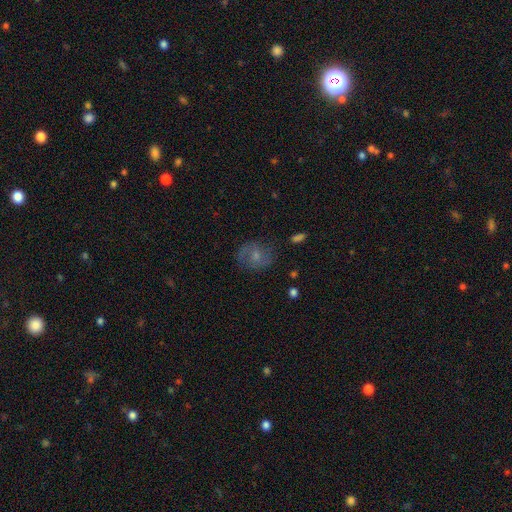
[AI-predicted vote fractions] Morphology: type=smooth (45%); merging=none (68%).